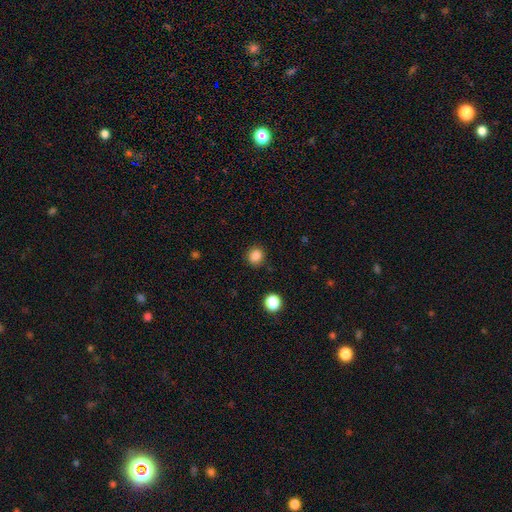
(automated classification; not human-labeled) Overall: smooth (85%). How rounded: round (84%). Merging: none (88%).